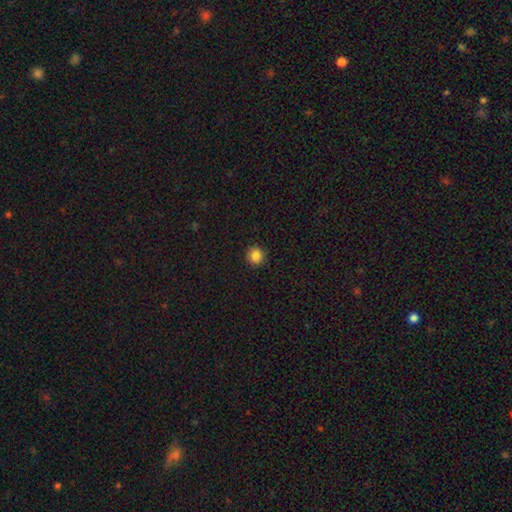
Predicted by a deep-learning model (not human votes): Q: Smooth or featured?
A: smooth (86%); runner-up: star or artifact (10%)
Q: How rounded?
A: round (87%); runner-up: in between (12%)
Q: Merging?
A: none (90%); runner-up: minor disturbance (7%)